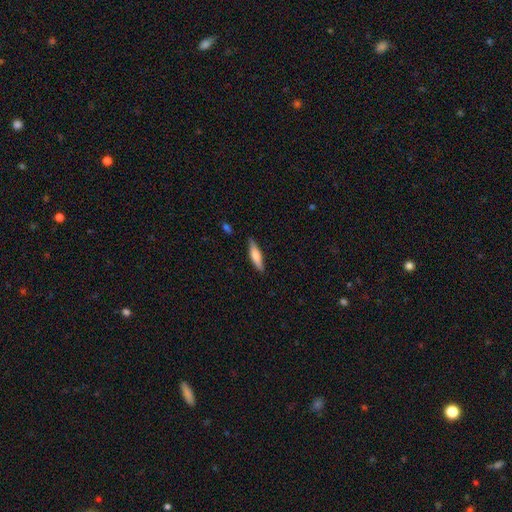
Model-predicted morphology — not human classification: Smooth or featured: smooth — 67% (featured or disk — 27%)
How rounded: cigar-shaped — 69% (in between — 29%)
Merging: none — 84% (minor disturbance — 12%)